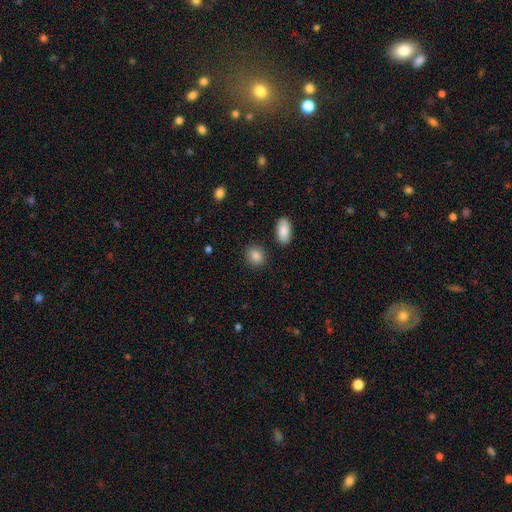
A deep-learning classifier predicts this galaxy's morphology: Smooth or featured?
  - smooth: 87% *
  - star or artifact: 8%
  - featured or disk: 4%
How rounded?
  - round: 57% *
  - in between: 42%
  - cigar-shaped: 2%
Merging?
  - none: 86% *
  - minor disturbance: 8%
  - merger: 3%
  - major disturbance: 2%